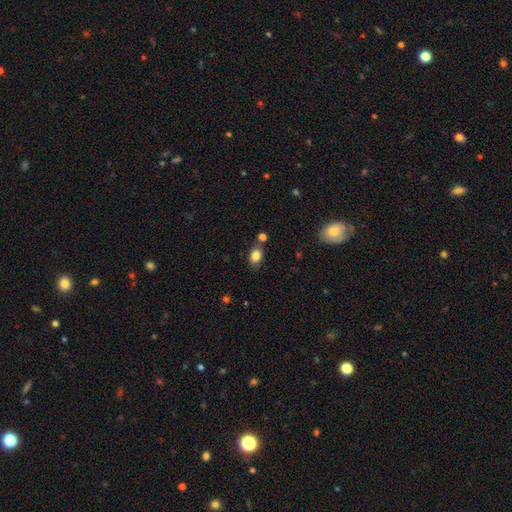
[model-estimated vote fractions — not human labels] A smooth galaxy with no disk features (83%) that is in between round and cigar-shaped (73%).

Vote fractions:
- Smooth or featured? smooth: 83% / star or artifact: 10% / featured or disk: 7%
- How rounded? in between: 73% / round: 26% / cigar-shaped: 1%
- Merging? none: 71% / minor disturbance: 15% / merger: 10% / major disturbance: 4%